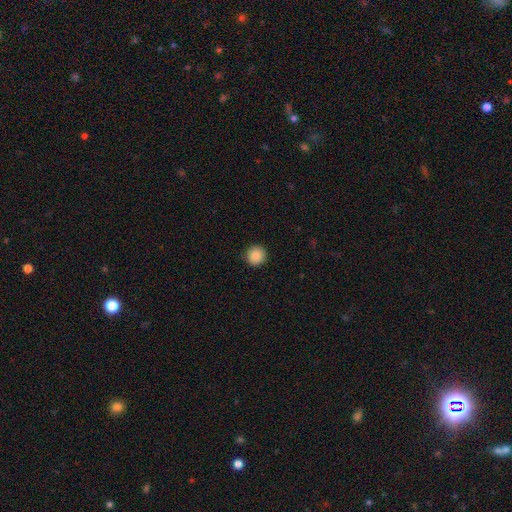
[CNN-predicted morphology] Smooth or featured? Predicted: smooth (p=0.88). How rounded? Predicted: round (p=0.95). Merging? Predicted: none (p=0.93).